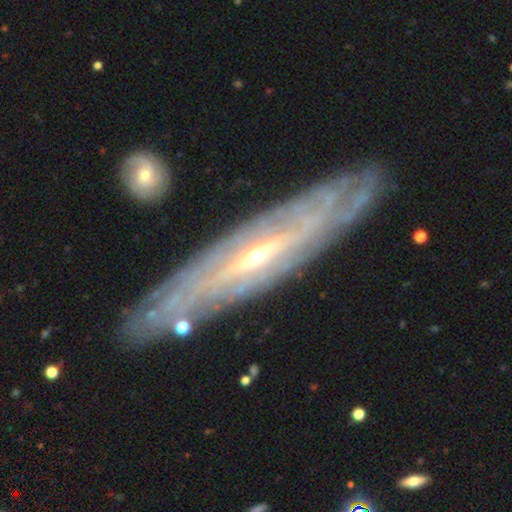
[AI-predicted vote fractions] This is clearly a featured or disk galaxy (85%). It is likely not viewed edge-on (61%). Bar: marginally weak (39%). Spiral arm pattern: clearly yes (88%). Central bulge: likely small (66%). Merging: clearly none (84%).